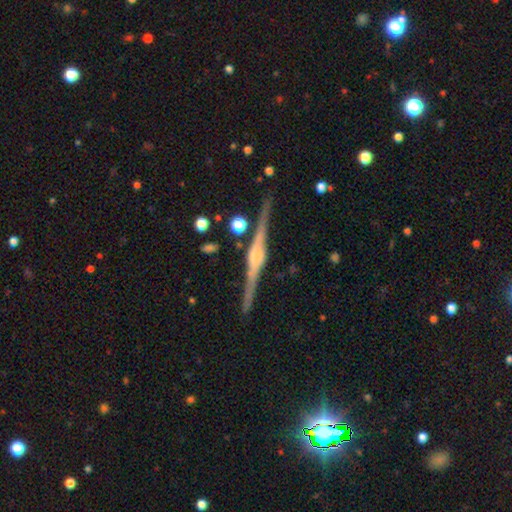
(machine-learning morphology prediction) Smooth or featured? featured or disk (88%)
Edge-on disk? yes (98%)
Edge-on bulge? rounded (76%)
Merging? none (88%)